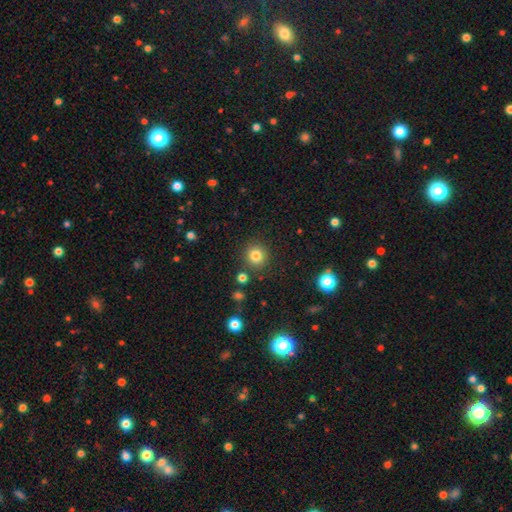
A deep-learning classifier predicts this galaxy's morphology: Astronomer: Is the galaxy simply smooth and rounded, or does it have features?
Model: smooth — 82%.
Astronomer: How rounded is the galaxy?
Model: round — 91%.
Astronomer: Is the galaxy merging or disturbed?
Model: none — 87%.